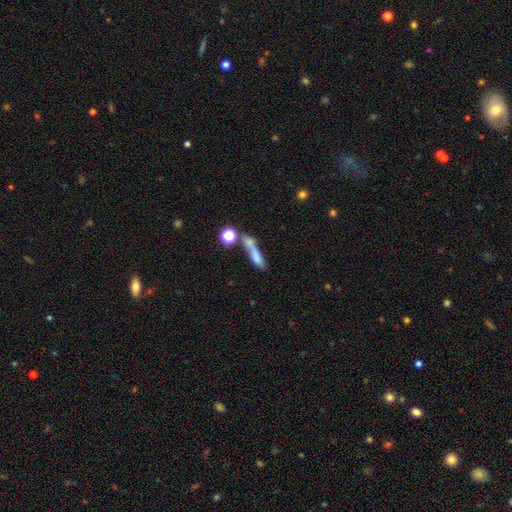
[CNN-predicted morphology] smooth-or-featured: smooth: 64% | featured or disk: 22% | star or artifact: 14%
  how-rounded: cigar-shaped: 64% | in between: 27% | round: 9%
  merging: merger: 42% | none: 31% | major disturbance: 14% | minor disturbance: 14%